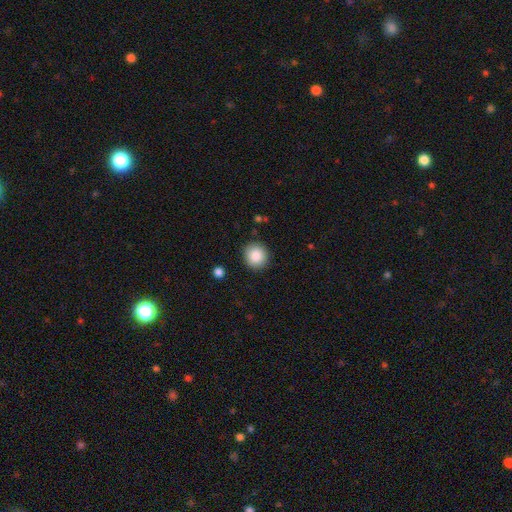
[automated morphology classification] Smooth or featured? smooth (88%)
How rounded? round (90%)
Merging? none (89%)